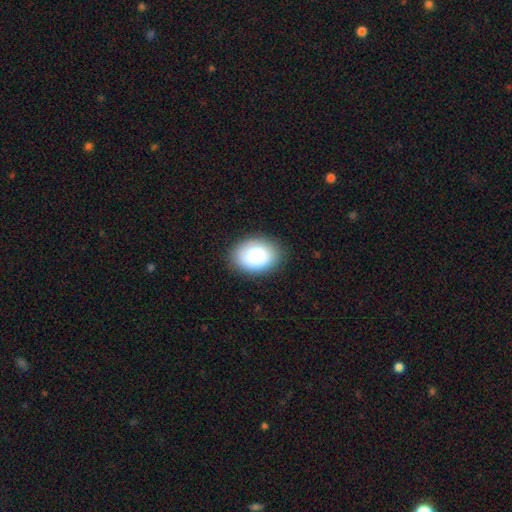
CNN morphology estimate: A smooth galaxy with no disk features (86%) that is in between round and cigar-shaped (77%).

Vote fractions:
- Smooth or featured? smooth: 86% / featured or disk: 7% / star or artifact: 7%
- How rounded? in between: 77% / round: 22% / cigar-shaped: 1%
- Merging? none: 85% / minor disturbance: 11% / major disturbance: 3% / merger: 1%